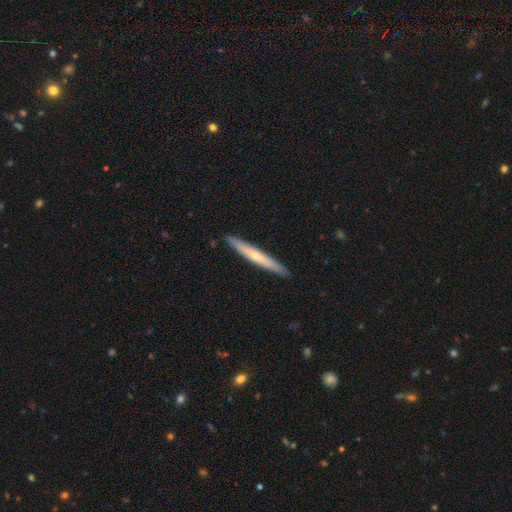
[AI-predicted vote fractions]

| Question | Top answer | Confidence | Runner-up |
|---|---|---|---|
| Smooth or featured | smooth | 51% | featured or disk (44%) |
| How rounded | cigar-shaped | 96% | in between (3%) |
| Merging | none | 91% | minor disturbance (6%) |